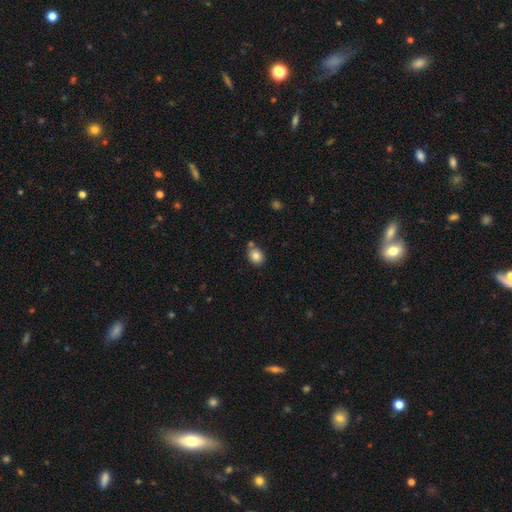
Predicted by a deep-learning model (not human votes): Smooth or featured: smooth — 84% (star or artifact — 9%)
How rounded: round — 62% (in between — 37%)
Merging: none — 72% (minor disturbance — 13%)